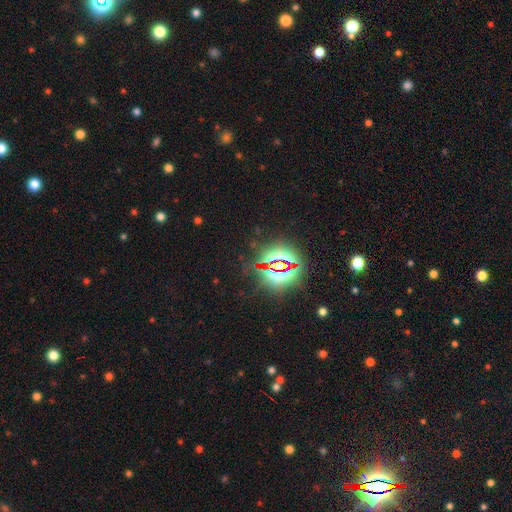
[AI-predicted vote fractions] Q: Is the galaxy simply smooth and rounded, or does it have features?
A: star or artifact — 84%.